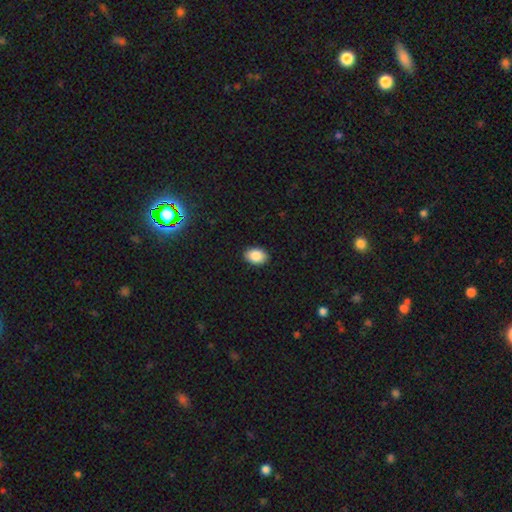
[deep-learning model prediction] Smooth or featured: smooth — 87% (star or artifact — 8%)
How rounded: in between — 82% (round — 17%)
Merging: none — 90% (minor disturbance — 7%)